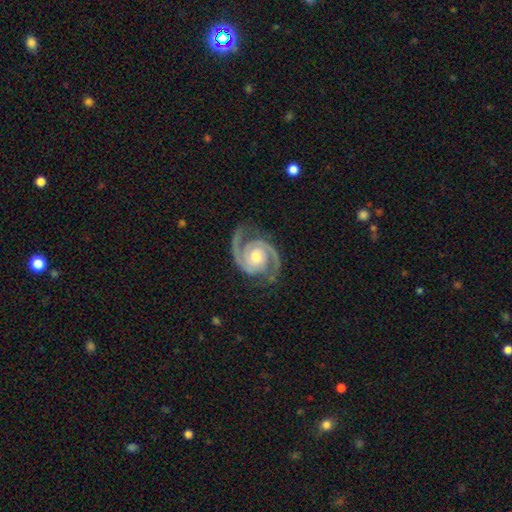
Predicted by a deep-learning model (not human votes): Overall: featured or disk (94%). Edge-on disk: no (98%). Bar: no (66%). Spiral arms: yes (99%). Spiral arm count: 2 (93%). Spiral winding: medium (49%; tight 44%). Bulge size: moderate (67%). Merging: none (82%).